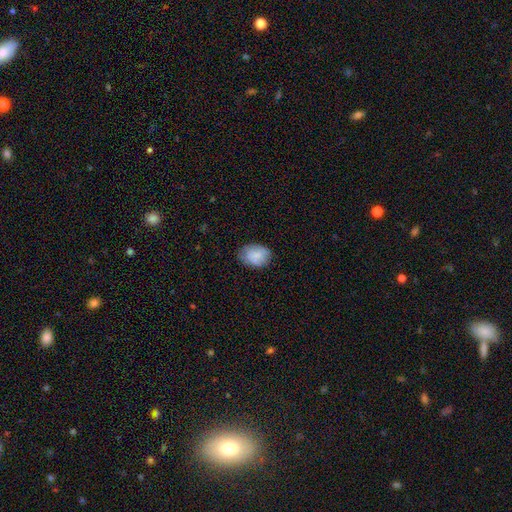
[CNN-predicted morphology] Q: Smooth or featured?
A: smooth (81%); runner-up: featured or disk (12%)
Q: How rounded?
A: in between (69%); runner-up: round (30%)
Q: Merging?
A: none (70%); runner-up: minor disturbance (24%)